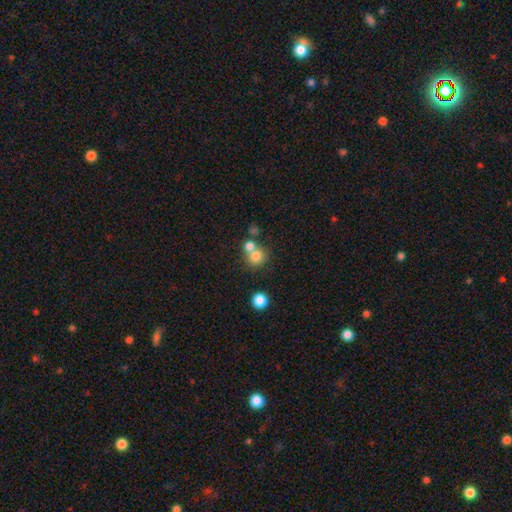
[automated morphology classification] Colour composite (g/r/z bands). It shows a smooth galaxy with no disk features (76%) that is round (85%). Merging: none (48%).